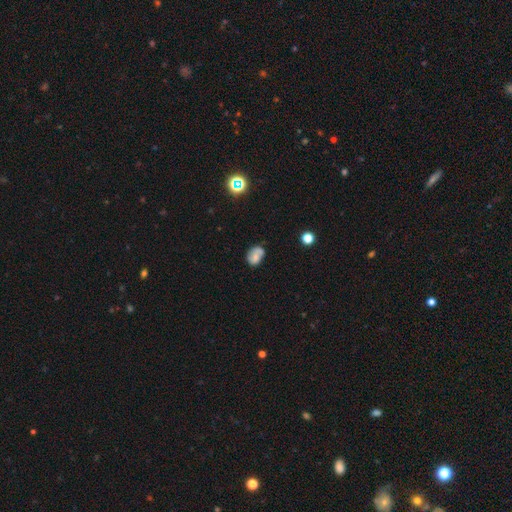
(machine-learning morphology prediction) type=smooth (60%); roundness=in between (64%); merging=none (47%).